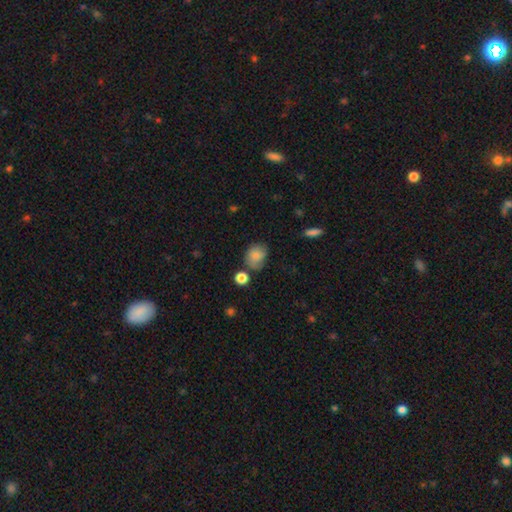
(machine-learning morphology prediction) Smooth or featured? Predicted: smooth (p=0.77). How rounded? Predicted: round (p=0.54). Merging? Predicted: none (p=0.56).